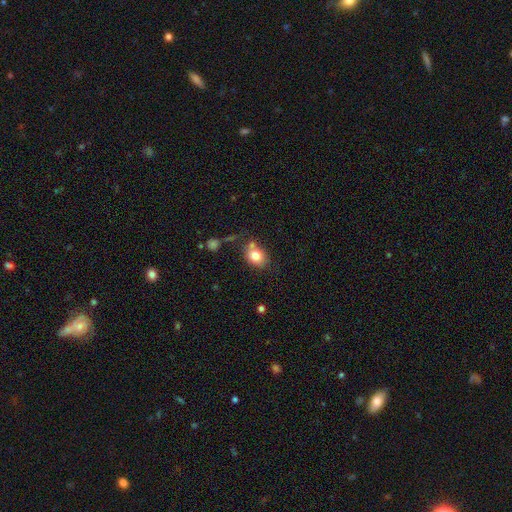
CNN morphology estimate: Smooth or featured? smooth (79%)
How rounded? in between (53%)
Merging? none (61%)